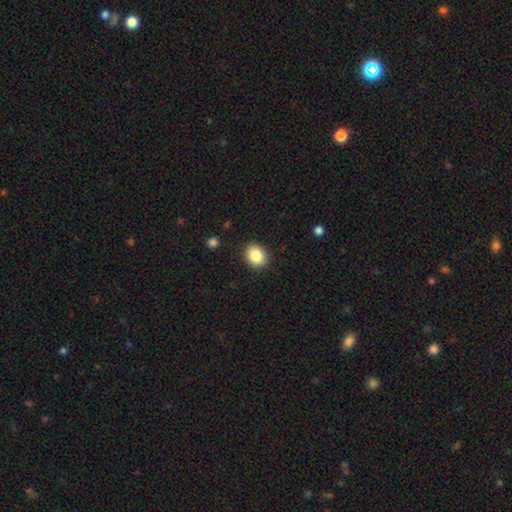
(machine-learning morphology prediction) Smooth or featured? smooth (86%)
How rounded? round (54%)
Merging? none (89%)